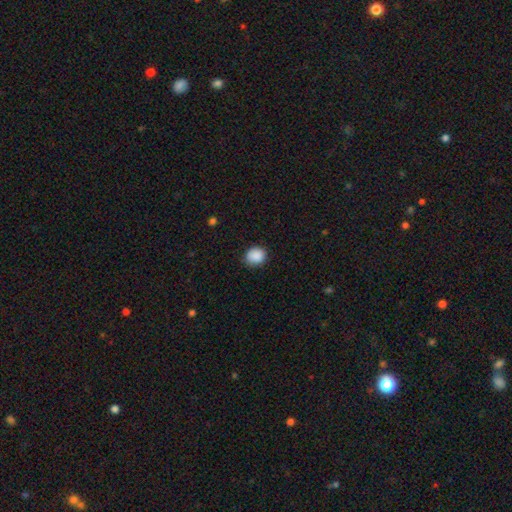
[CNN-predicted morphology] Overall: smooth (89%). How rounded: round (72%). Merging: none (82%).